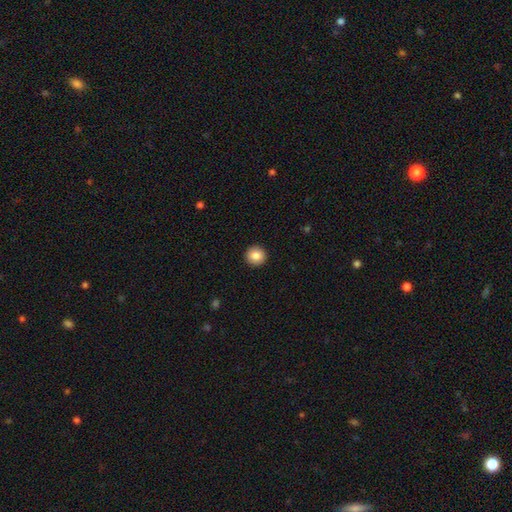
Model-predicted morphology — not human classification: Smooth or featured?
  - smooth: 85% *
  - star or artifact: 8%
  - featured or disk: 7%
How rounded?
  - round: 95% *
  - in between: 4%
  - cigar-shaped: 1%
Merging?
  - none: 93% *
  - minor disturbance: 4%
  - major disturbance: 1%
  - merger: 1%